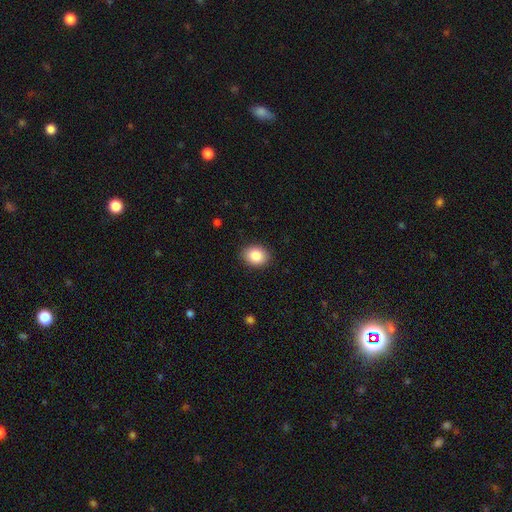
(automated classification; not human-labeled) Morphology: type=smooth (86%); roundness=in between (56%); merging=none (88%).